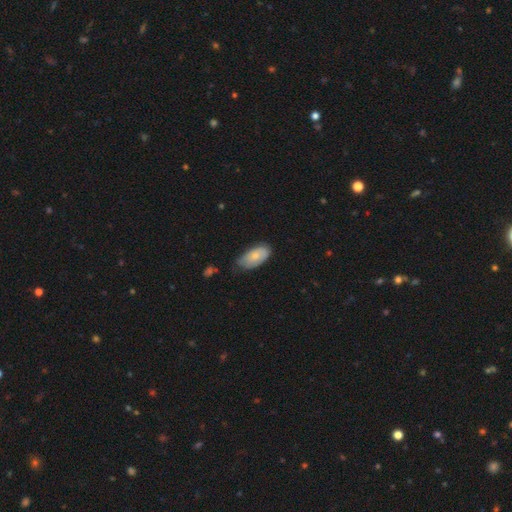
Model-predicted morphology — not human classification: Smooth or featured: smooth — 69% (featured or disk — 25%)
How rounded: in between — 93% (round — 4%)
Merging: none — 56% (minor disturbance — 36%)